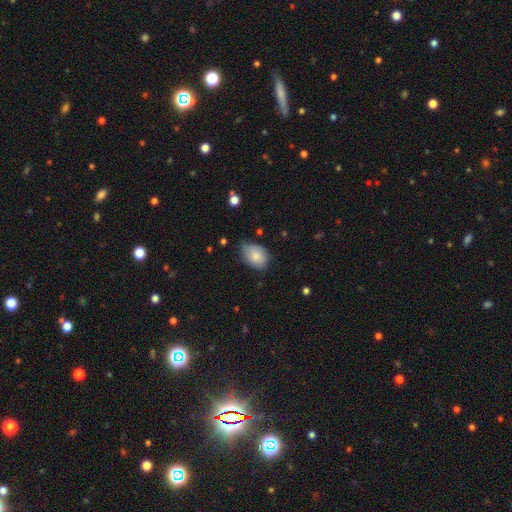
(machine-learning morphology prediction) Overall: smooth (83%). How rounded: in between (79%). Merging: none (52%; minor disturbance 39%).